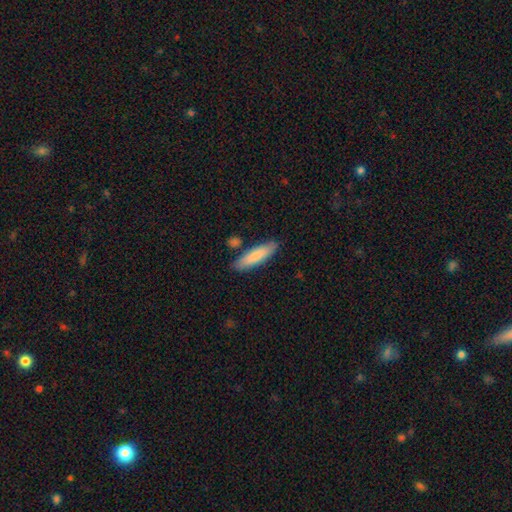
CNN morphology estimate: smooth_or_featured: smooth (p=0.83) [alt: featured or disk p=0.12]
how_rounded: cigar-shaped (p=0.68) [alt: in between p=0.31]
merging: none (p=0.82) [alt: minor disturbance p=0.11]